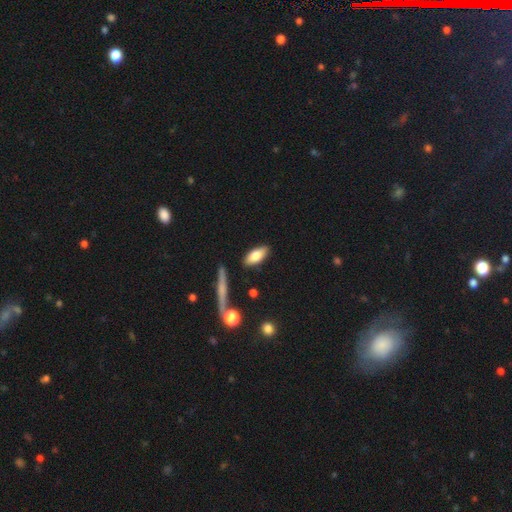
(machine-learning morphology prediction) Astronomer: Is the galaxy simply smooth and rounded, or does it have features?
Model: smooth — 76%.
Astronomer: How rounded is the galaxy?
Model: in between — 79%.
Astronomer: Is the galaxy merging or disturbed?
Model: none — 86%.